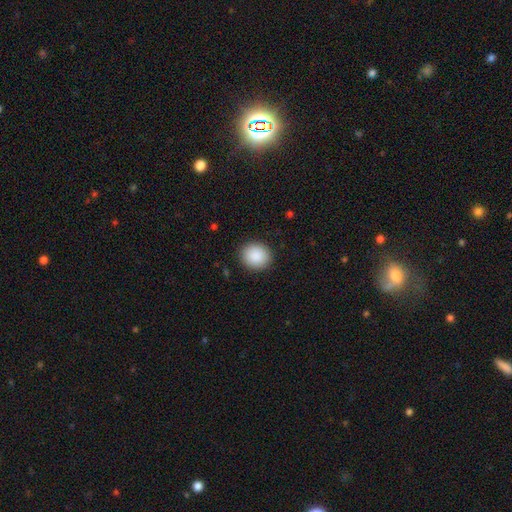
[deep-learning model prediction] Smooth or featured: smooth — 89% (star or artifact — 7%)
How rounded: round — 79% (in between — 20%)
Merging: none — 90% (minor disturbance — 7%)